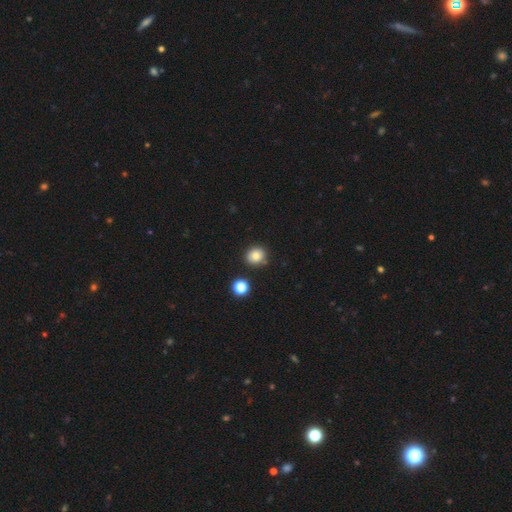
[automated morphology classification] A smooth galaxy with no disk features (81%) that is round (79%).

Vote fractions:
- Smooth or featured? smooth: 81% / star or artifact: 12% / featured or disk: 7%
- How rounded? round: 79% / in between: 20% / cigar-shaped: 1%
- Merging? none: 84% / minor disturbance: 9% / merger: 5% / major disturbance: 2%